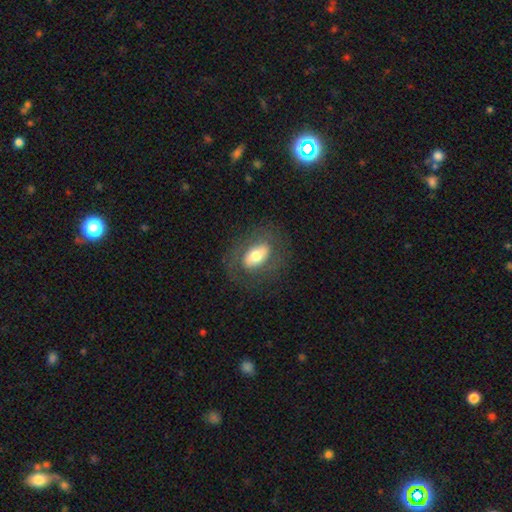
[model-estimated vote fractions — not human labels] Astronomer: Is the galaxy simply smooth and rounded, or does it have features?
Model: smooth — 51% (runner-up: featured or disk, 41%).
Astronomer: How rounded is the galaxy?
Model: in between — 85%.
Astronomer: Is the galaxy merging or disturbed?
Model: none — 75%.